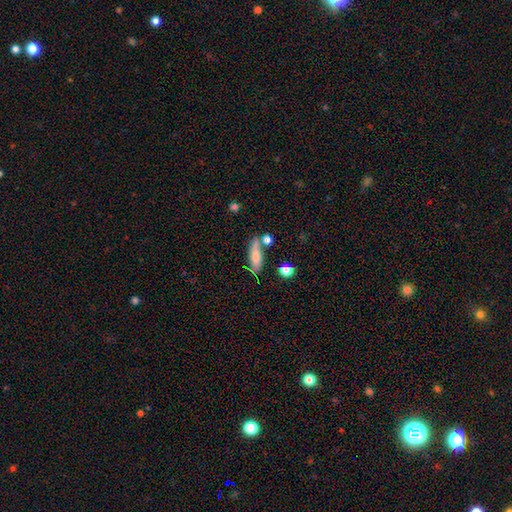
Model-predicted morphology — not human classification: The model was most divided on "how rounded" (2-way tie): cigar-shaped: 48%, in between: 48%, round: 4%. More confident: merging — none (64%); smooth or featured — smooth (61%).